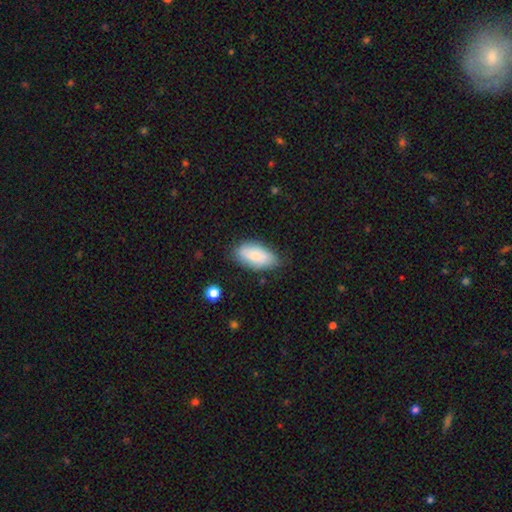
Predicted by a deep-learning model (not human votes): smooth 76%, featured or disk 17%, star or artifact 7%. Down the decision tree: how rounded — in between (93%); merging — none (72%).